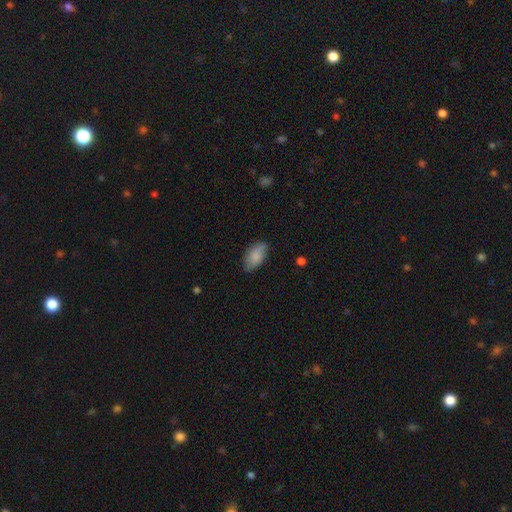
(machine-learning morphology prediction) A smooth galaxy with no disk features (84%) that is in between round and cigar-shaped (93%). Merging: none (74%).